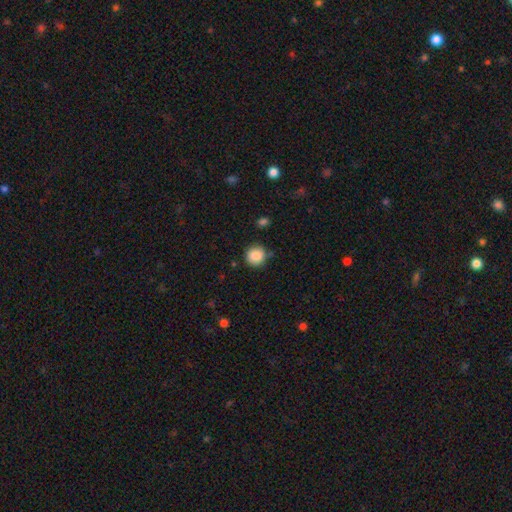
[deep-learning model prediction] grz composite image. It shows a smooth galaxy with no disk features (88%) that is round (92%). Merging: none (83%).